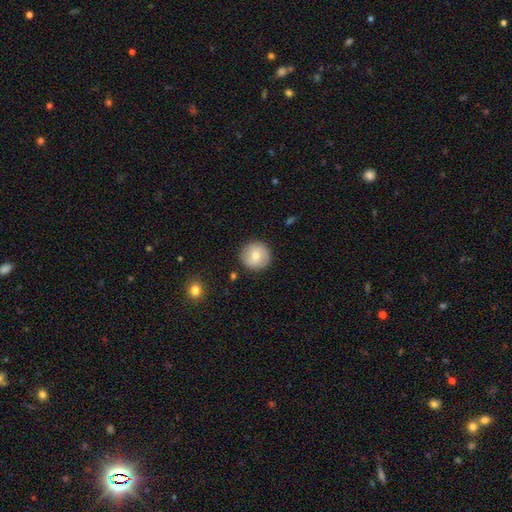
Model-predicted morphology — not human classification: Smooth or featured? smooth (75%)
How rounded? round (95%)
Merging? none (90%)